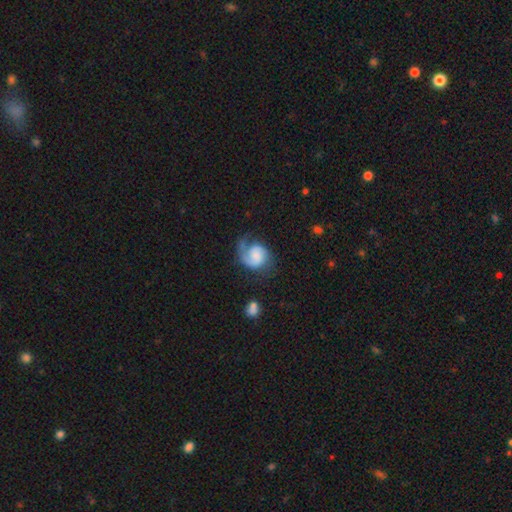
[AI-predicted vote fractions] This appears to be a featured or disk galaxy (69%) with no bar (64%), 1 (55%) medium (41%) spiral arms (94%) and no central bulge (36%). Merging: none (48%).